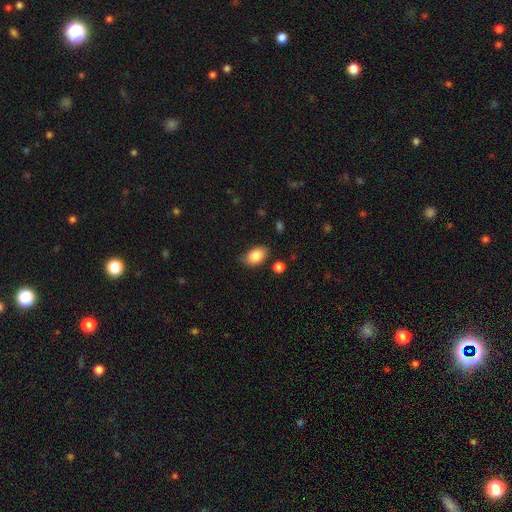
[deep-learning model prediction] A smooth galaxy with no disk features (85%) that is in between round and cigar-shaped (88%).

Vote fractions:
- Smooth or featured? smooth: 85% / featured or disk: 8% / star or artifact: 7%
- How rounded? in between: 88% / round: 11% / cigar-shaped: 1%
- Merging? none: 76% / minor disturbance: 18% / major disturbance: 4% / merger: 3%